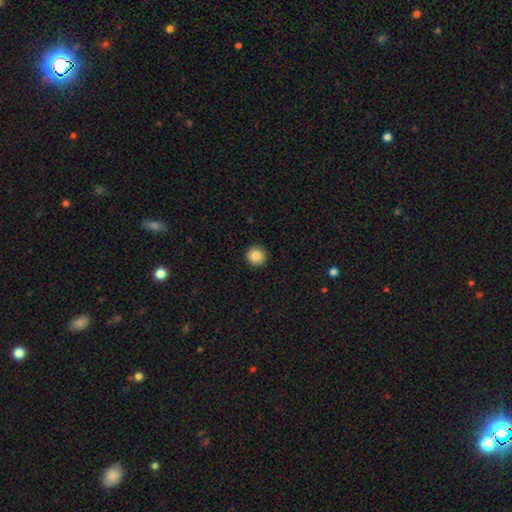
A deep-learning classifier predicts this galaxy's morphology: The model was most divided on "smooth or featured": smooth: 85%, star or artifact: 9%, featured or disk: 5%. More confident: how rounded — round (96%); merging — none (93%).